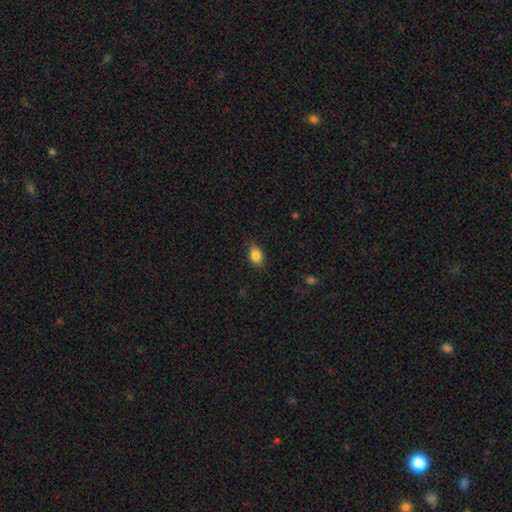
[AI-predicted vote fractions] Smooth or featured?
  - smooth: 85% *
  - star or artifact: 9%
  - featured or disk: 6%
How rounded?
  - in between: 79% *
  - round: 19%
  - cigar-shaped: 2%
Merging?
  - none: 81% *
  - minor disturbance: 15%
  - major disturbance: 3%
  - merger: 1%